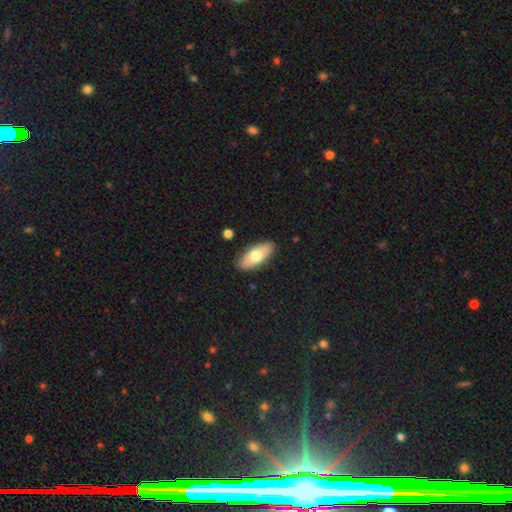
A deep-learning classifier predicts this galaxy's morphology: This appears to be a smooth galaxy with no disk features (69%) that is in between round and cigar-shaped (86%). Merging: none (86%).